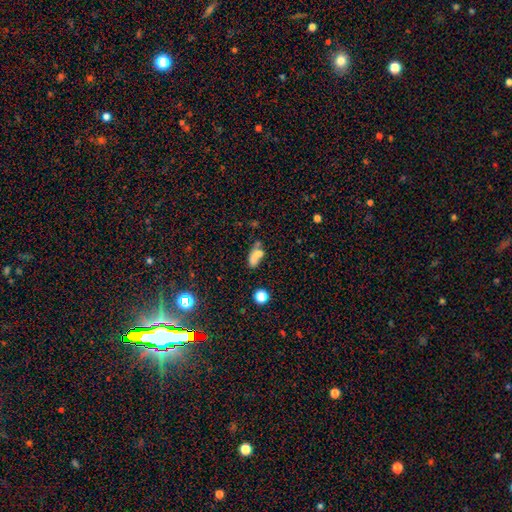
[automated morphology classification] Overall: smooth (70%). How rounded: in between (79%). Merging: none (38%; merger 30%).